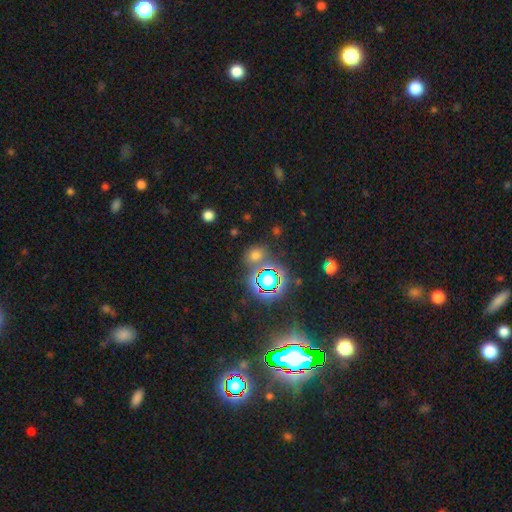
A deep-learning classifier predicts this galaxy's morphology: A smooth galaxy with no disk features (53%) that is round (61%).

Vote fractions:
- Smooth or featured? smooth: 53% / star or artifact: 39% / featured or disk: 8%
- How rounded? round: 61% / in between: 37% / cigar-shaped: 2%
- Merging? none: 73% / minor disturbance: 11% / merger: 10% / major disturbance: 5%